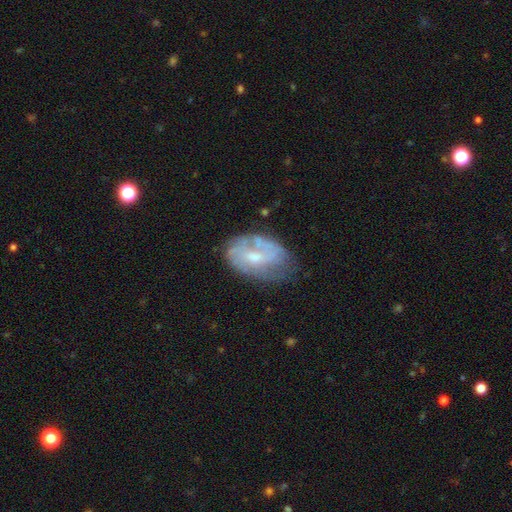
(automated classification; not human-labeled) This is possibly a featured or disk galaxy (59%). It is clearly not viewed edge-on (96%). Bar: possibly no (59%). Spiral arm pattern: possibly no (52%). Central bulge: marginally moderate (43%). Merging: possibly none (50%).